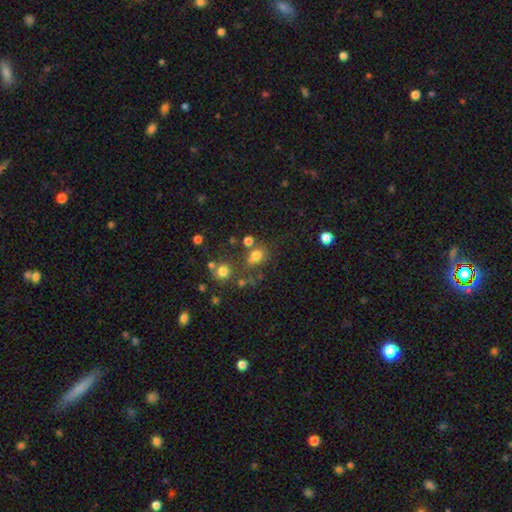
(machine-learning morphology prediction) Smooth or featured? Predicted: smooth (p=0.72). How rounded? Predicted: round (p=0.62). Merging? Predicted: none (p=0.59).